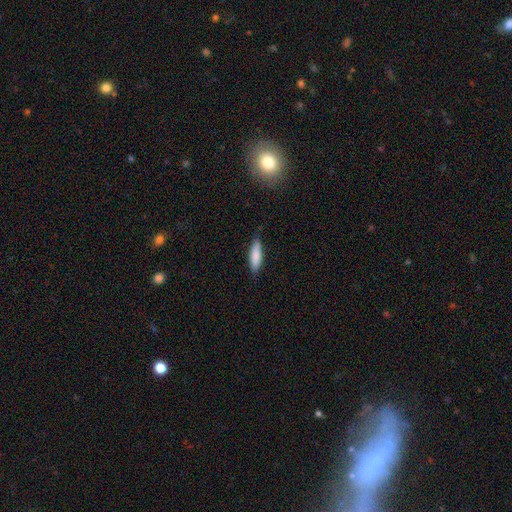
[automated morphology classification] Smooth or featured? Predicted: smooth (p=0.82). How rounded? Predicted: cigar-shaped (p=0.69). Merging? Predicted: none (p=0.84).